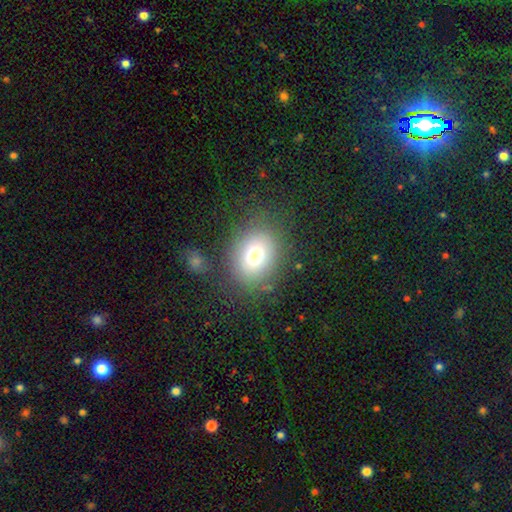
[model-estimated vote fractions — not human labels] A smooth galaxy with no disk features (74%) that is in between round and cigar-shaped (52%).

Vote fractions:
- Smooth or featured? smooth: 74% / featured or disk: 14% / star or artifact: 12%
- How rounded? in between: 52% / round: 48% / cigar-shaped: 1%
- Merging? none: 76% / minor disturbance: 13% / major disturbance: 7% / merger: 4%